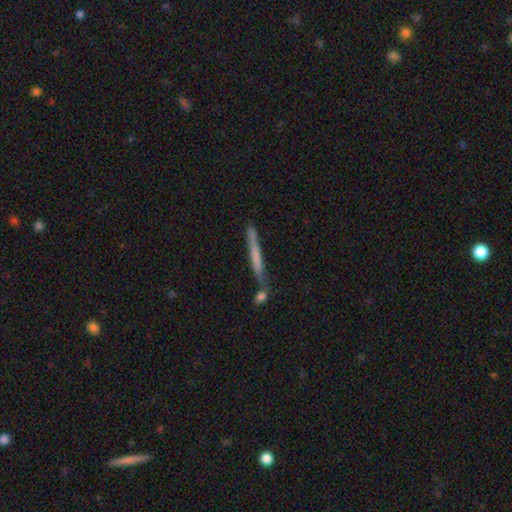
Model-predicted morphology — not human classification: The model was most divided on "smooth or featured": smooth: 53%, featured or disk: 40%, star or artifact: 7%. More confident: how rounded — cigar-shaped (96%); merging — none (68%).